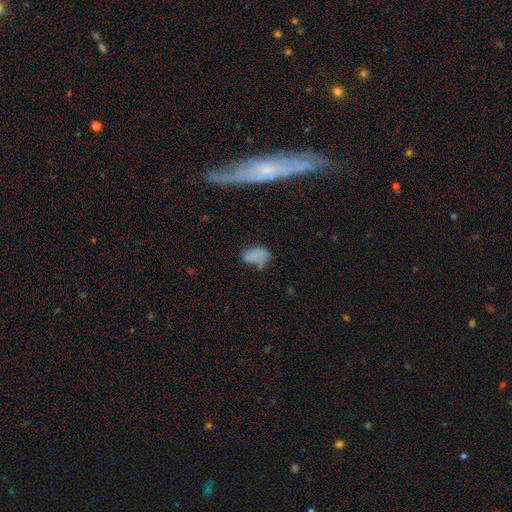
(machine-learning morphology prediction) smooth_or_featured: smooth (p=0.74) [alt: star or artifact p=0.14]
how_rounded: in between (p=0.89) [alt: round p=0.09]
merging: none (p=0.48) [alt: minor disturbance p=0.29]